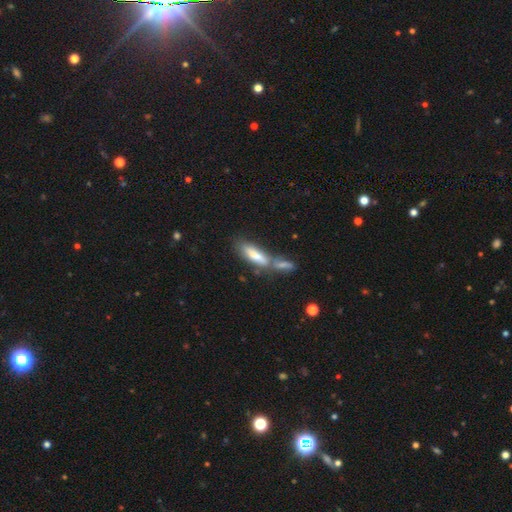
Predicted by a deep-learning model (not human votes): A smooth galaxy with no disk features (74%) that is cigar-shaped (54%).

Vote fractions:
- Smooth or featured? smooth: 74% / featured or disk: 19% / star or artifact: 7%
- How rounded? cigar-shaped: 54% / in between: 44% / round: 2%
- Merging? merger: 48% / none: 35% / minor disturbance: 11% / major disturbance: 5%